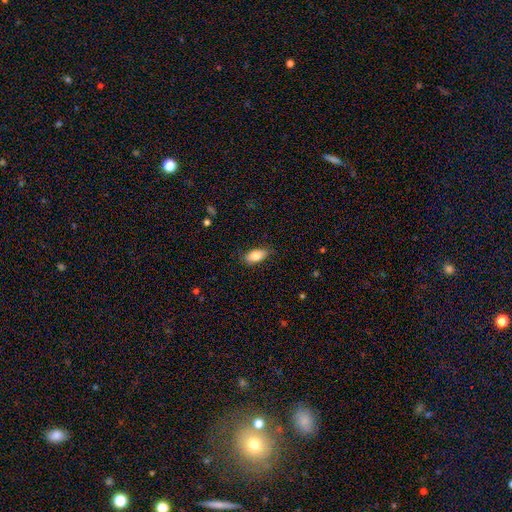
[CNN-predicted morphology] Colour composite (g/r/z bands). It shows a smooth galaxy with no disk features (84%) that is in between round and cigar-shaped (90%). Merging: none (83%).